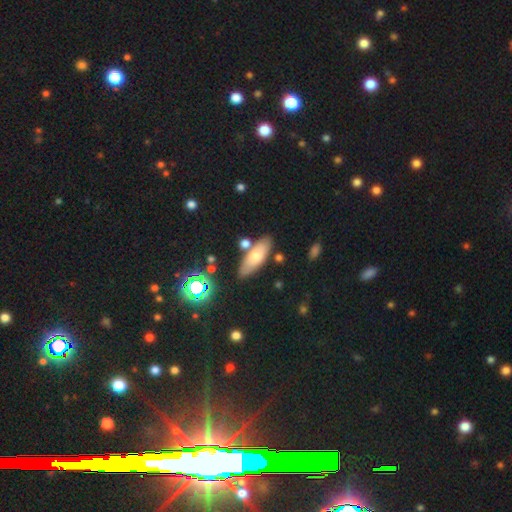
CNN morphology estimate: Overall: smooth (70%). How rounded: in between (67%; cigar-shaped 30%). Merging: none (77%).